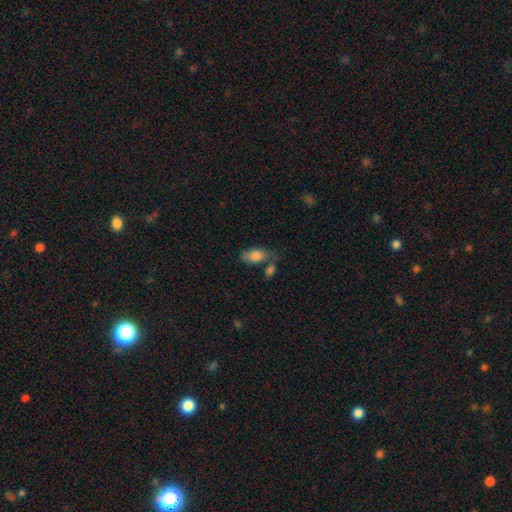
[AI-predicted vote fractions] Morphology: type=smooth (79%); roundness=in between (90%); merging=none (48%).